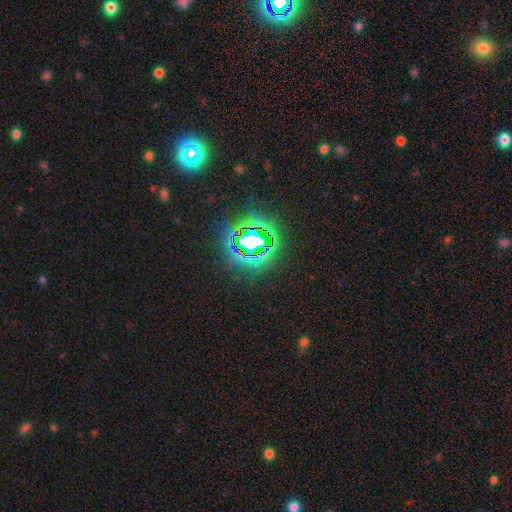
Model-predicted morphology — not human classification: Smooth or featured? Predicted: star or artifact (p=0.81).